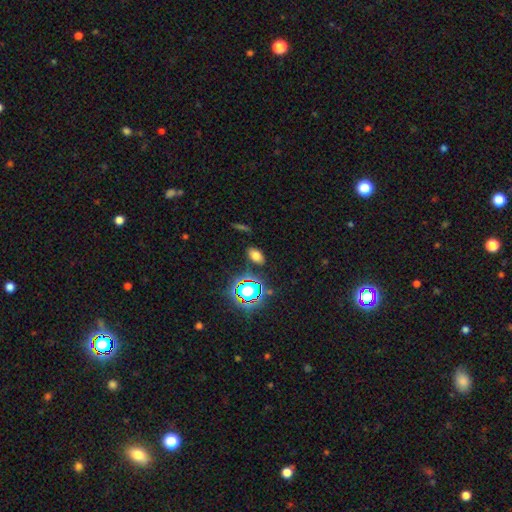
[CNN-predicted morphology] The model was most divided on "smooth or featured": smooth: 69%, star or artifact: 22%, featured or disk: 9%. More confident: how rounded — in between (87%); merging — none (84%).